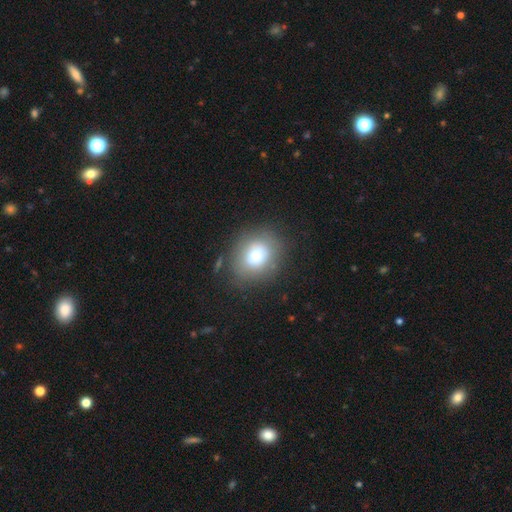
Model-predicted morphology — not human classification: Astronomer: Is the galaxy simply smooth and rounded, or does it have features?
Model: smooth — 72%.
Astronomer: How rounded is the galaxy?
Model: round — 61% (runner-up: in between, 38%).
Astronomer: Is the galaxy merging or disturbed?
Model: none — 78%.